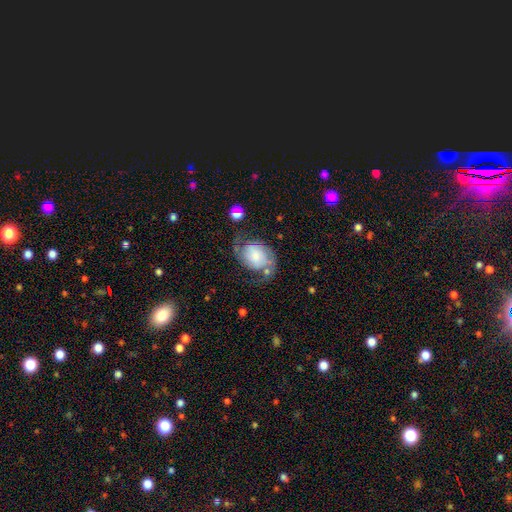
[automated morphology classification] This appears to be a featured or disk galaxy (72%) with no bar (66%), 2 (85%) medium (43%) spiral arms (92%) and a small central bulge (42%). Merging: none (51%).